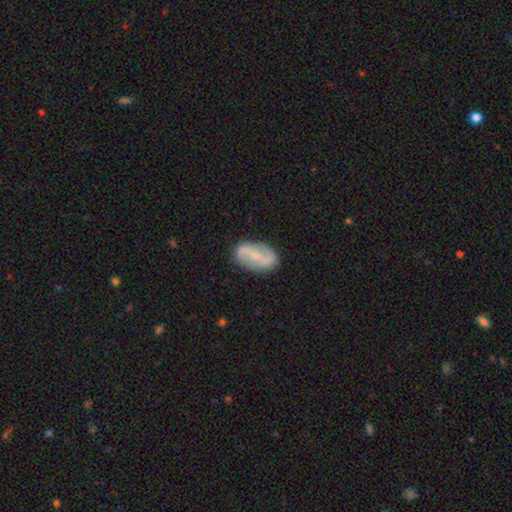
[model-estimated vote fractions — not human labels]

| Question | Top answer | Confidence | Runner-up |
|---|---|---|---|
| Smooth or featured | featured or disk | 73% | smooth (22%) |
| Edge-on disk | no | 94% | yes (6%) |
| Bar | strong | 52% | weak (30%) |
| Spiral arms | yes | 74% | no (26%) |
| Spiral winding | loose | 54% | medium (30%) |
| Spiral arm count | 2 | 89% | can't tell (6%) |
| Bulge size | small | 67% | moderate (28%) |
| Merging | none | 86% | minor disturbance (10%) |